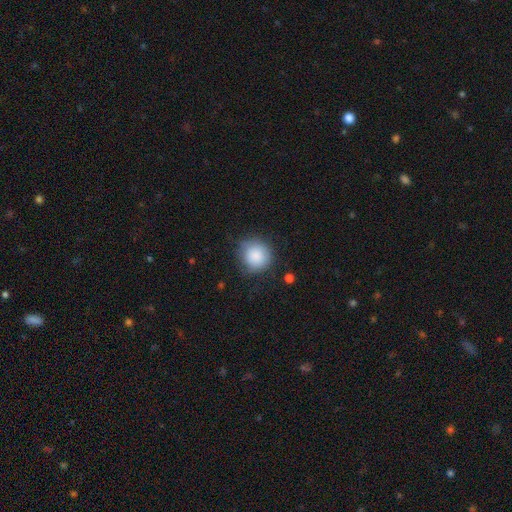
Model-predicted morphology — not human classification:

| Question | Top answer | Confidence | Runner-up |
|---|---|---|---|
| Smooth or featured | smooth | 87% | star or artifact (8%) |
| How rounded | round | 91% | in between (9%) |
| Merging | none | 76% | minor disturbance (18%) |